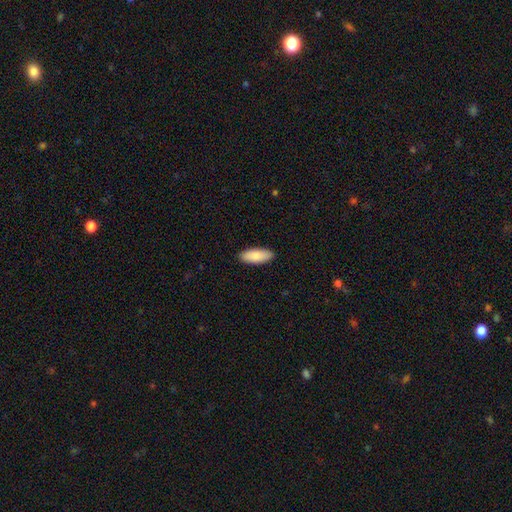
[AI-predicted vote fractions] smooth 86%, featured or disk 9%, star or artifact 6%. Down the decision tree: how rounded — in between (79%); merging — none (90%).